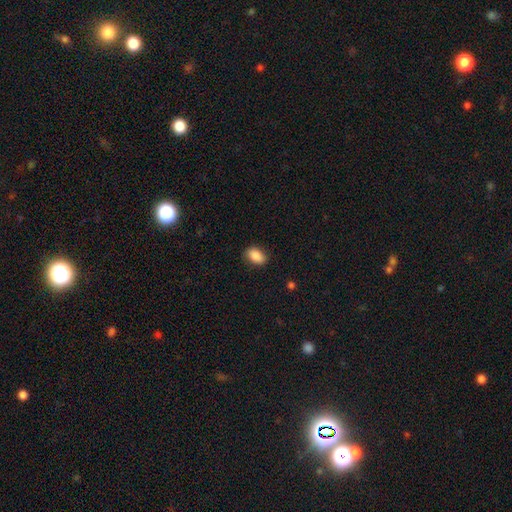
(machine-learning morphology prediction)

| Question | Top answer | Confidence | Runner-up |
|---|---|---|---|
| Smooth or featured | smooth | 88% | star or artifact (8%) |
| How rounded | in between | 84% | round (14%) |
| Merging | none | 84% | minor disturbance (12%) |